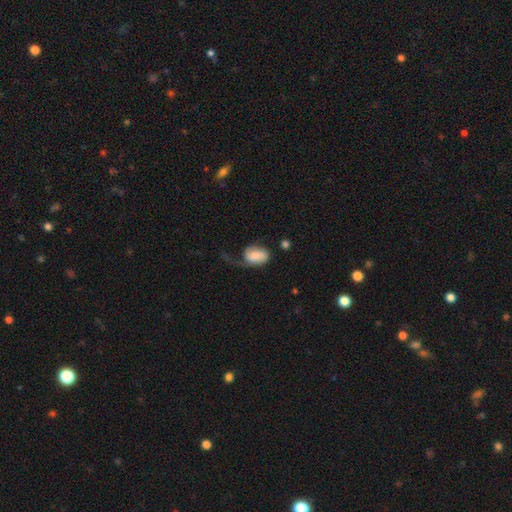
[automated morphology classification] A smooth galaxy with no disk features (57%) that is in between round and cigar-shaped (85%). Merging: major disturbance (48%).